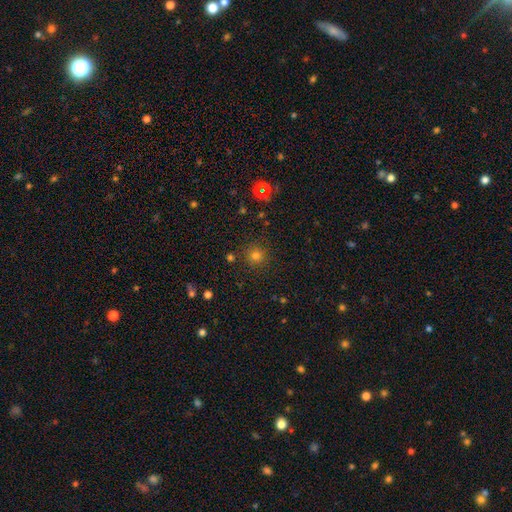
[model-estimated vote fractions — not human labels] smooth_or_featured: smooth (p=0.71) [alt: star or artifact p=0.22]
how_rounded: round (p=0.94) [alt: in between p=0.05]
merging: none (p=0.88) [alt: minor disturbance p=0.07]